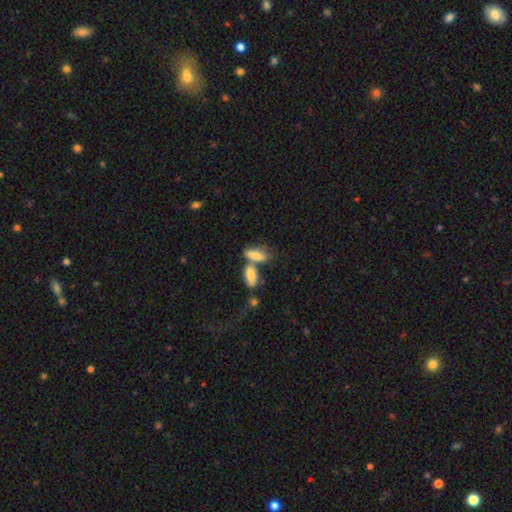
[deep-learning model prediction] Smooth or featured?
  - smooth: 79% *
  - featured or disk: 13%
  - star or artifact: 7%
How rounded?
  - in between: 76% *
  - cigar-shaped: 20%
  - round: 3%
Merging?
  - merger: 49% *
  - none: 34%
  - minor disturbance: 11%
  - major disturbance: 5%